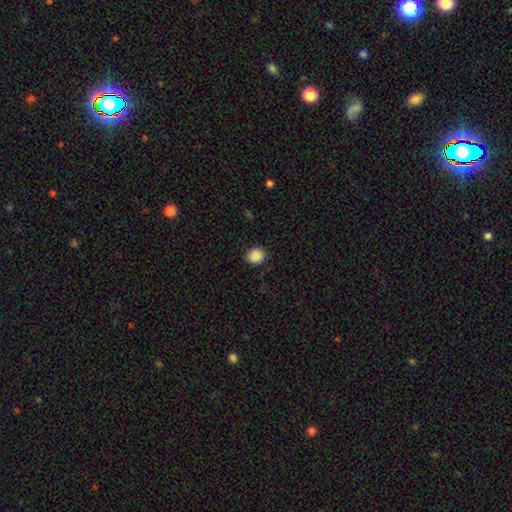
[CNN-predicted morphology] Smooth or featured?
  - smooth: 89% *
  - star or artifact: 9%
  - featured or disk: 2%
How rounded?
  - round: 79% *
  - in between: 20%
  - cigar-shaped: 1%
Merging?
  - none: 89% *
  - minor disturbance: 8%
  - major disturbance: 2%
  - merger: 1%